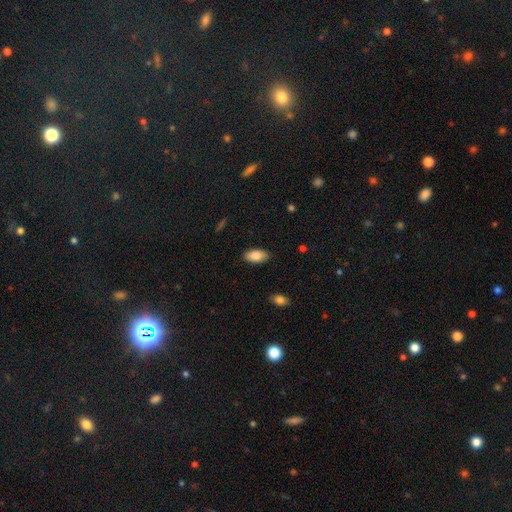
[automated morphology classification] This appears to be a smooth galaxy with no disk features (88%) that is in between round and cigar-shaped (94%). Merging: none (87%).